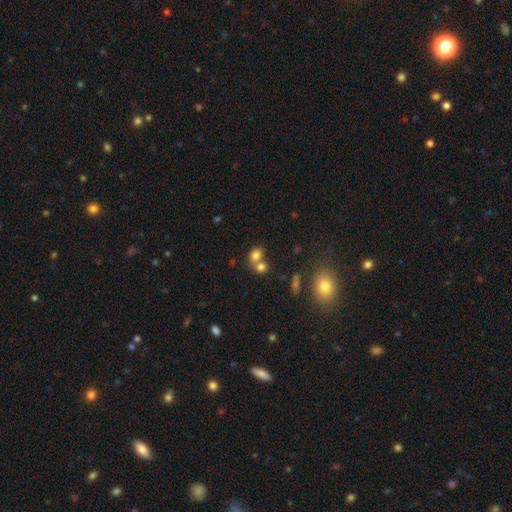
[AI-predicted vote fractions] Smooth or featured: smooth — 77% (star or artifact — 13%)
How rounded: in between — 49% (tied with round — 49%)
Merging: merger — 50% (none — 37%)